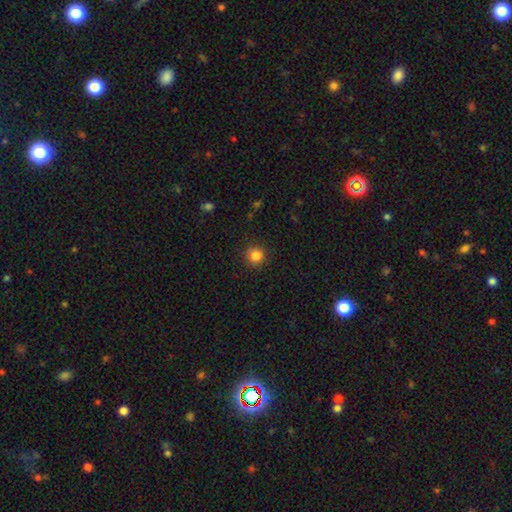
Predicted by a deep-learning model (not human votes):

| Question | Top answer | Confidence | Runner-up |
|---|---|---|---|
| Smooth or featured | smooth | 84% | star or artifact (11%) |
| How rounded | round | 93% | in between (6%) |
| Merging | none | 90% | minor disturbance (7%) |